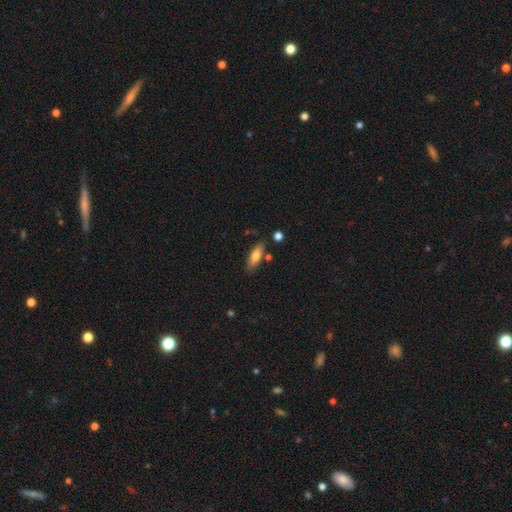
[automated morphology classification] The model was most divided on "how rounded": in between: 60%, cigar-shaped: 38%, round: 2%. More confident: merging — none (78%); smooth or featured — smooth (74%).